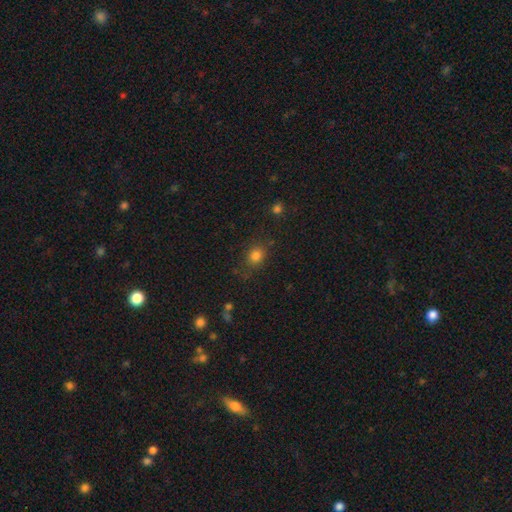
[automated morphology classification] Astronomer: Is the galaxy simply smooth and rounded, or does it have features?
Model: smooth — 81%.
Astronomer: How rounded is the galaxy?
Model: round — 59% (runner-up: in between, 39%).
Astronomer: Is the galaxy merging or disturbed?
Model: none — 77%.